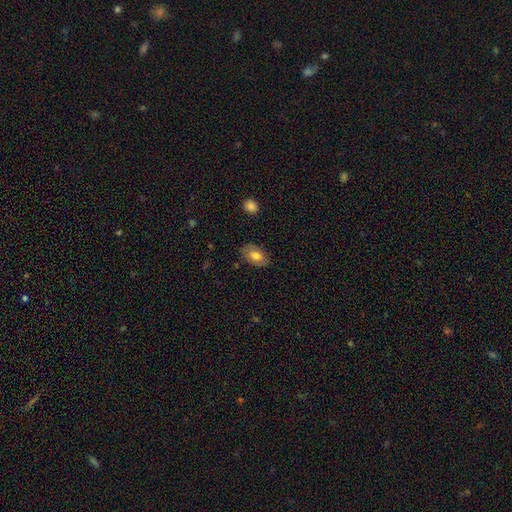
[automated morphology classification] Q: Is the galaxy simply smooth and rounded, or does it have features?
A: smooth — 70%.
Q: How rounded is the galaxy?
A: in between — 90%.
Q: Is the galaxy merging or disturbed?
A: none — 81%.